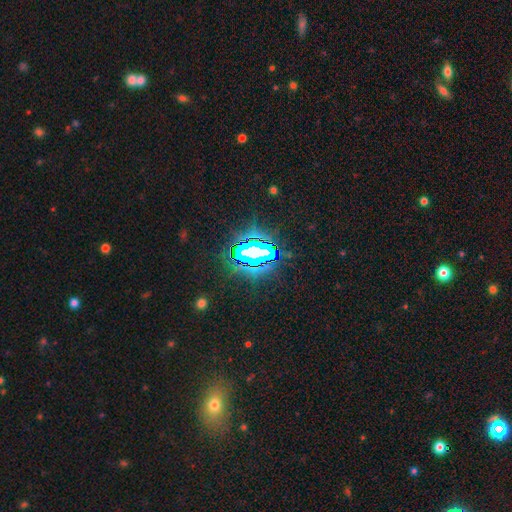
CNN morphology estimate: smooth-or-featured: star or artifact: 77% | smooth: 12% | featured or disk: 10%